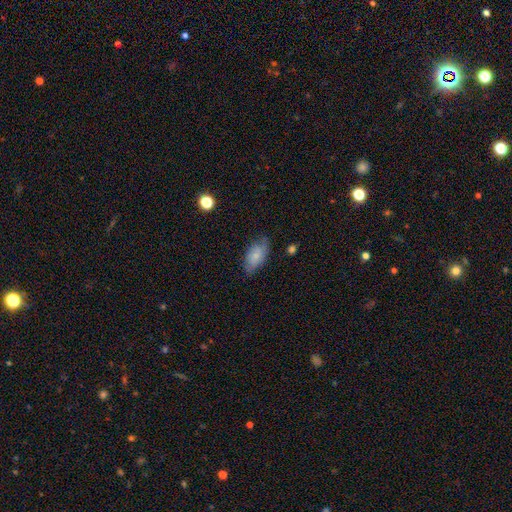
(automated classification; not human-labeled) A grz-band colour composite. It shows a smooth galaxy with no disk features (71%) that is in between round and cigar-shaped (92%). Merging: none (68%).